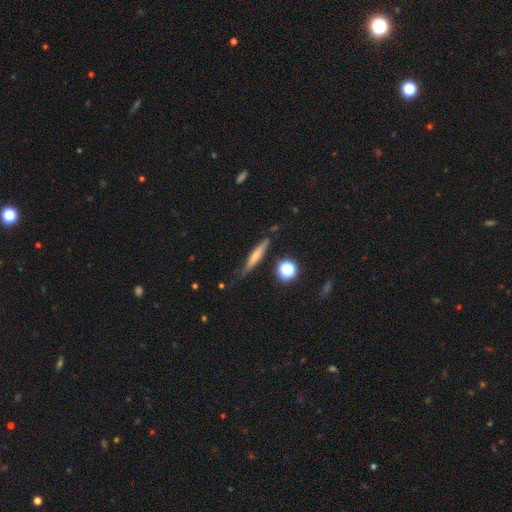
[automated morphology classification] type=smooth (54%); roundness=cigar-shaped (87%); merging=none (72%).